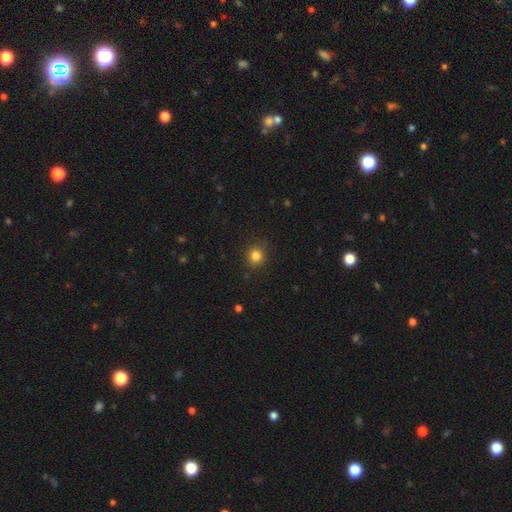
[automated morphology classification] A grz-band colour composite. It shows a smooth galaxy with no disk features (82%) that is round (88%). Merging: none (86%).